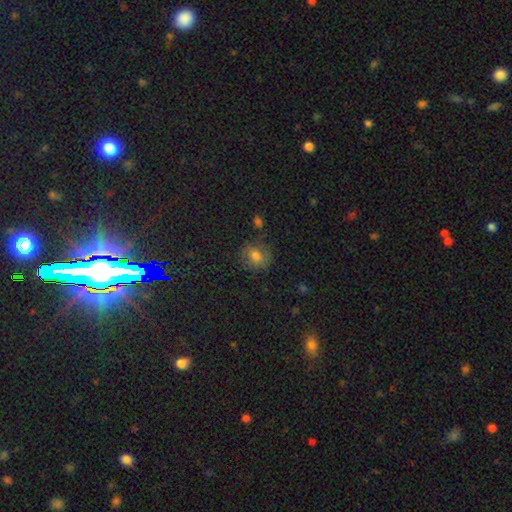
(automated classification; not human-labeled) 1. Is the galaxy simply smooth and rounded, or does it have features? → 72% smooth, 15% star or artifact, 13% featured or disk.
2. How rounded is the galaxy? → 69% round, 30% in between, 1% cigar-shaped.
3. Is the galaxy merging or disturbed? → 73% none, 18% minor disturbance, 7% major disturbance, 2% merger.